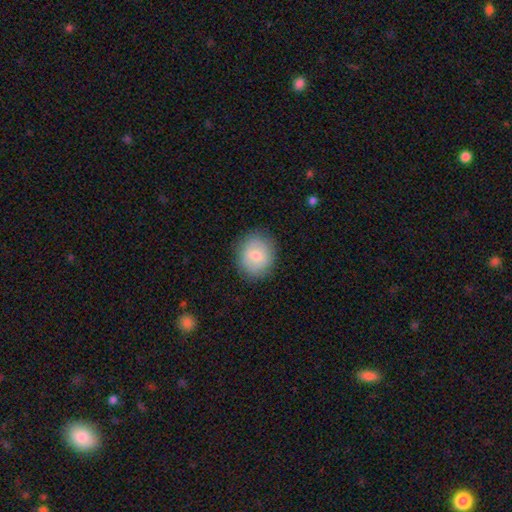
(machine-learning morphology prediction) Overall: smooth (73%). How rounded: round (70%). Merging: none (84%).